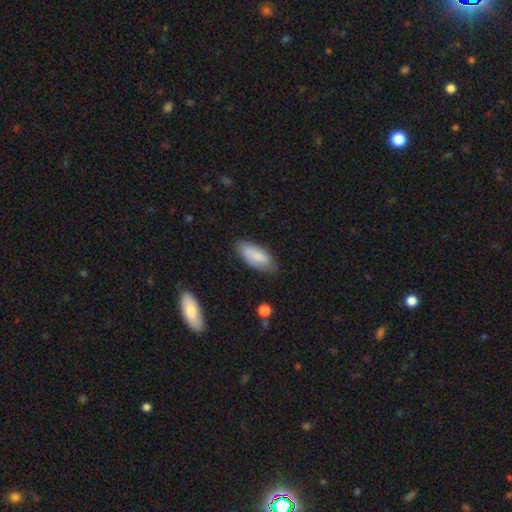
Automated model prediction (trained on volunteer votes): Smooth or featured?
  - smooth: 80% *
  - featured or disk: 13%
  - star or artifact: 6%
How rounded?
  - in between: 82% *
  - cigar-shaped: 16%
  - round: 2%
Merging?
  - none: 74% *
  - minor disturbance: 20%
  - major disturbance: 4%
  - merger: 2%